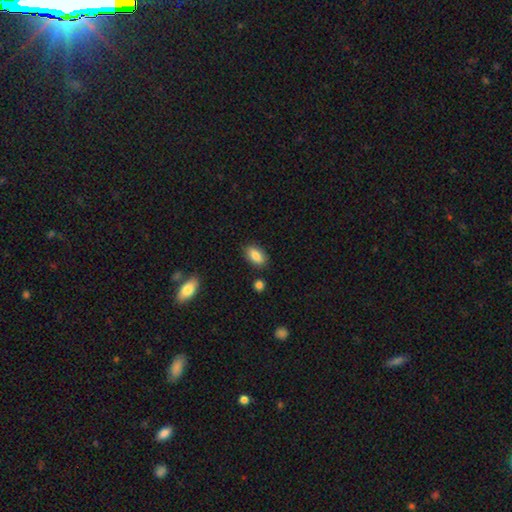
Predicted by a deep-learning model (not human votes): Smooth or featured?
  - smooth: 84% *
  - featured or disk: 8%
  - star or artifact: 7%
How rounded?
  - in between: 90% *
  - round: 7%
  - cigar-shaped: 4%
Merging?
  - none: 83% *
  - minor disturbance: 11%
  - merger: 3%
  - major disturbance: 2%